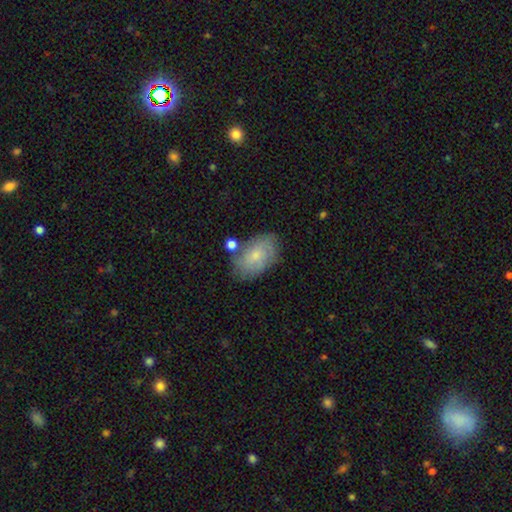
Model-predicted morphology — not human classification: Q: Smooth or featured?
A: smooth (61%); runner-up: featured or disk (32%)
Q: How rounded?
A: in between (88%); runner-up: round (10%)
Q: Merging?
A: none (66%); runner-up: minor disturbance (20%)